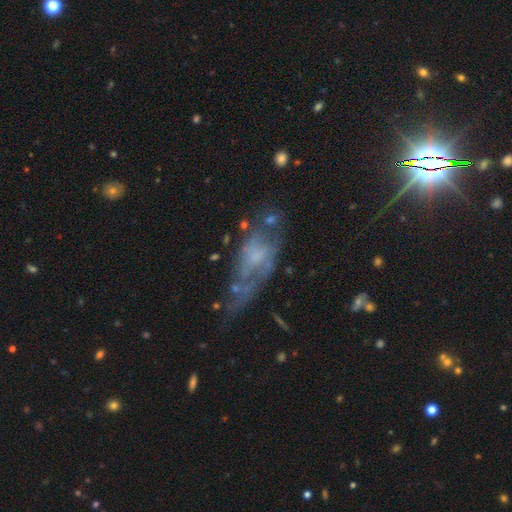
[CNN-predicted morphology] smooth_or_featured: featured or disk (p=0.59) [alt: smooth p=0.29]
disk_edge_on: no (p=0.87) [alt: yes p=0.13]
bar: no (p=0.73) [alt: weak p=0.22]
has_spiral_arms: no (p=0.55) [alt: yes p=0.45]
bulge_size: none (p=0.38) [alt: small p=0.34]
merging: none (p=0.34) [alt: major disturbance p=0.33]